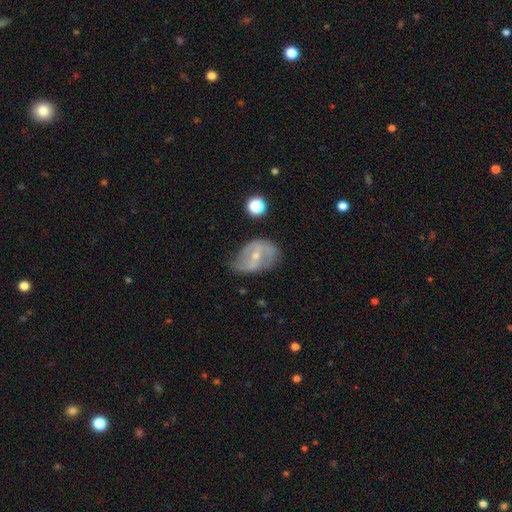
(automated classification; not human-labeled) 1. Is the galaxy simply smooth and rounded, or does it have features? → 71% featured or disk, 22% smooth, 7% star or artifact.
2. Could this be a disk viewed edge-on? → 95% no, 5% yes.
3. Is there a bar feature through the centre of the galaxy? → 45% weak, 28% strong, 27% no.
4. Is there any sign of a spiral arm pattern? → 78% yes, 22% no.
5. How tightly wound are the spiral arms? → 41% medium, 39% loose, 21% tight.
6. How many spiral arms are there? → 73% 2, 16% can't tell, 6% 1, 3% 3, 1% 4, 1% more than 4.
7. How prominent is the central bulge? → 59% small, 38% moderate, 2% none, 1% large, 1% dominant.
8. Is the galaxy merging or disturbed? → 53% none, 32% minor disturbance, 13% major disturbance, 2% merger.